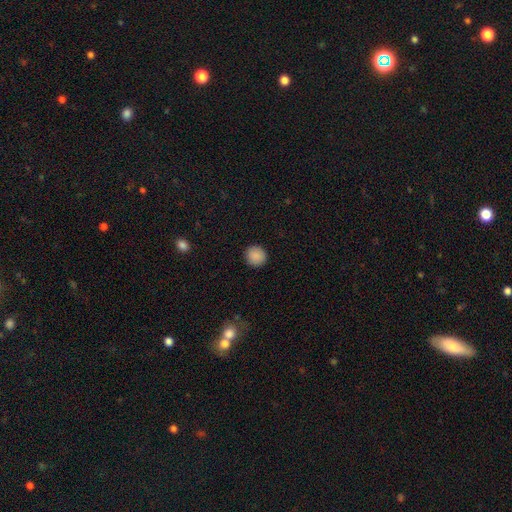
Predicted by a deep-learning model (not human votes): Q: Smooth or featured?
A: smooth (89%); runner-up: star or artifact (8%)
Q: How rounded?
A: round (93%); runner-up: in between (6%)
Q: Merging?
A: none (92%); runner-up: minor disturbance (6%)